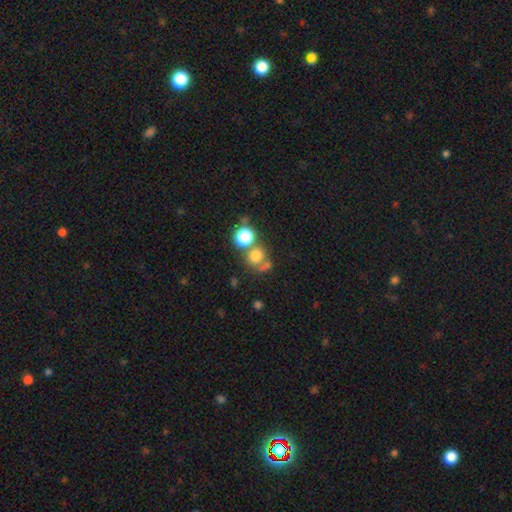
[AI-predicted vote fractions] smooth-or-featured: smooth: 70% | star or artifact: 19% | featured or disk: 11%
  how-rounded: round: 85% | in between: 14% | cigar-shaped: 1%
  merging: none: 53% | merger: 32% | minor disturbance: 9% | major disturbance: 6%